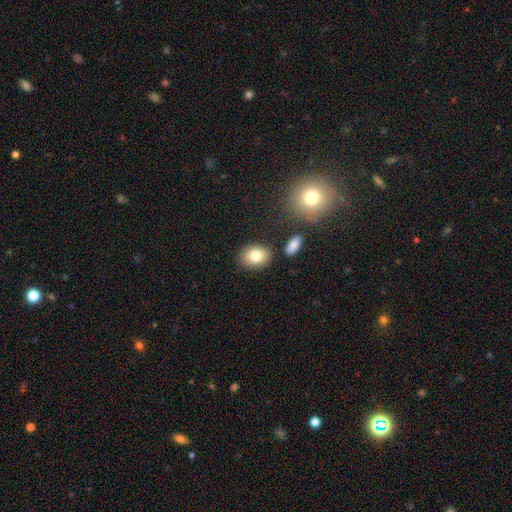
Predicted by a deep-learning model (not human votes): This appears to be a smooth galaxy with no disk features (81%) that is in between round and cigar-shaped (71%). Merging: none (80%).